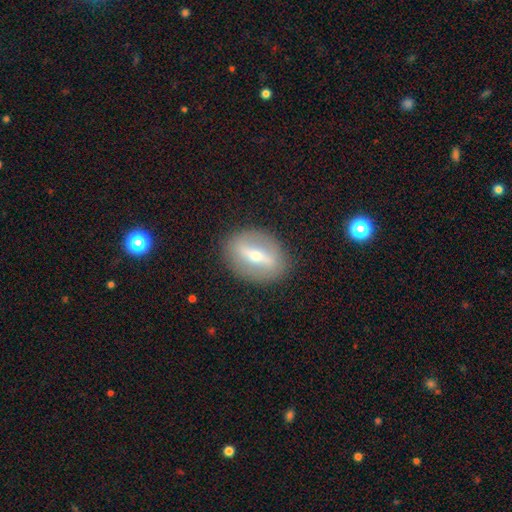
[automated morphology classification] Q: Smooth or featured?
A: featured or disk (66%); runner-up: smooth (27%)
Q: Edge-on disk?
A: no (76%); runner-up: yes (24%)
Q: Bar?
A: strong (72%); runner-up: weak (19%)
Q: Spiral arms?
A: no (80%); runner-up: yes (20%)
Q: Bulge size?
A: small (49%); runner-up: moderate (46%)
Q: Merging?
A: none (87%); runner-up: minor disturbance (9%)